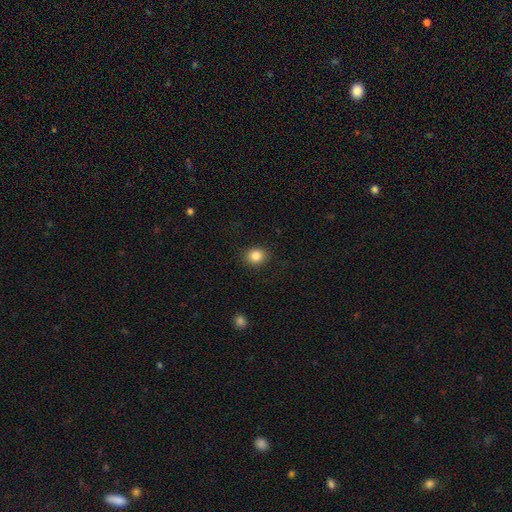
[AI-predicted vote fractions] smooth 85%, star or artifact 10%, featured or disk 5%. Down the decision tree: how rounded — round (72%); merging — none (89%).